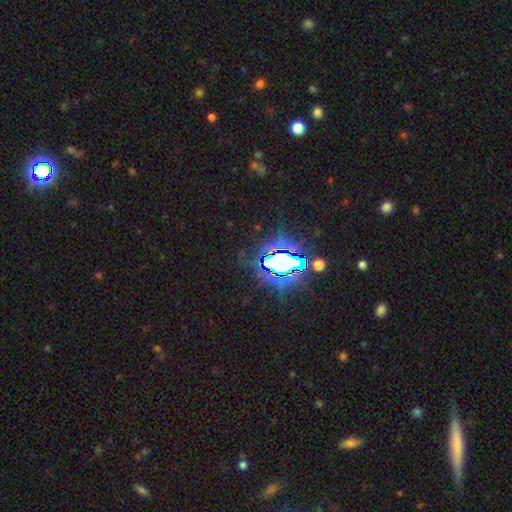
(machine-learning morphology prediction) This is clearly a star or artifact rather than a galaxy (83%).